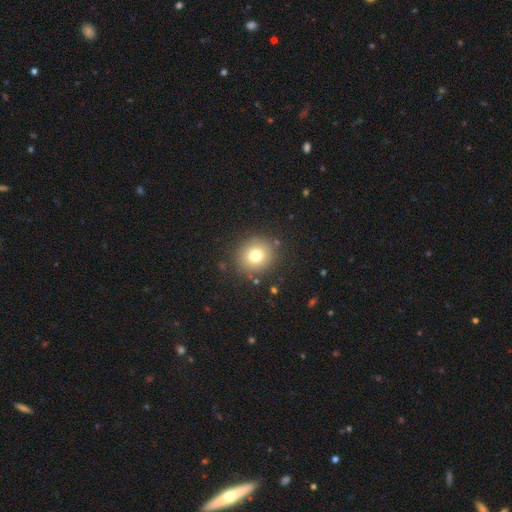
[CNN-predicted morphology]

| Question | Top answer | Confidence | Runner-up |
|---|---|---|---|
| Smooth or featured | smooth | 75% | star or artifact (13%) |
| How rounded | round | 86% | in between (13%) |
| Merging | none | 87% | minor disturbance (8%) |